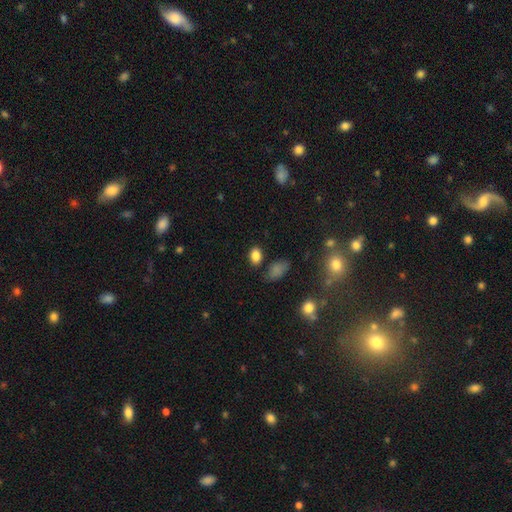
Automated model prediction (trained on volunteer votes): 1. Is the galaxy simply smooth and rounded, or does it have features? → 84% smooth, 11% star or artifact, 5% featured or disk.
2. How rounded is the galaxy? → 80% in between, 19% round, 1% cigar-shaped.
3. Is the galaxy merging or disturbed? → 80% none, 12% minor disturbance, 5% merger, 3% major disturbance.